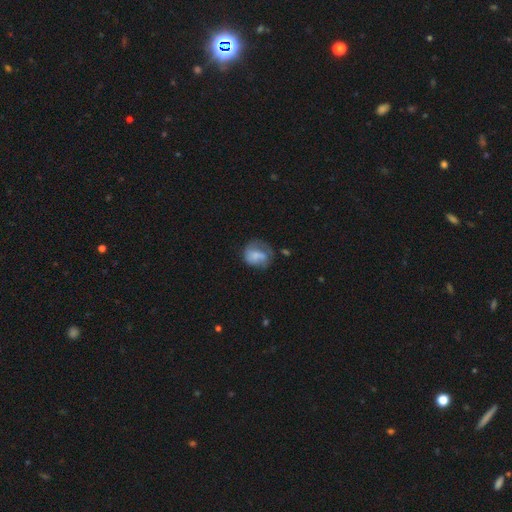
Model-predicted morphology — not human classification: A smooth galaxy with no disk features (57%) that is round (62%).

Vote fractions:
- Smooth or featured? smooth: 57% / featured or disk: 34% / star or artifact: 9%
- How rounded? round: 62% / in between: 37% / cigar-shaped: 1%
- Merging? none: 39% / major disturbance: 29% / minor disturbance: 28% / merger: 5%